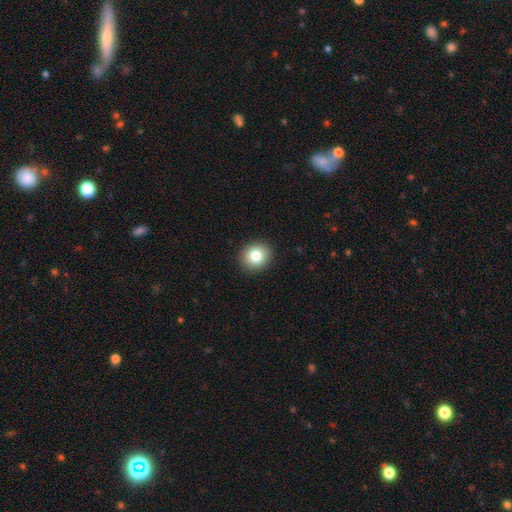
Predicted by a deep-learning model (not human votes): Overall: smooth (82%). How rounded: round (80%). Merging: none (92%).